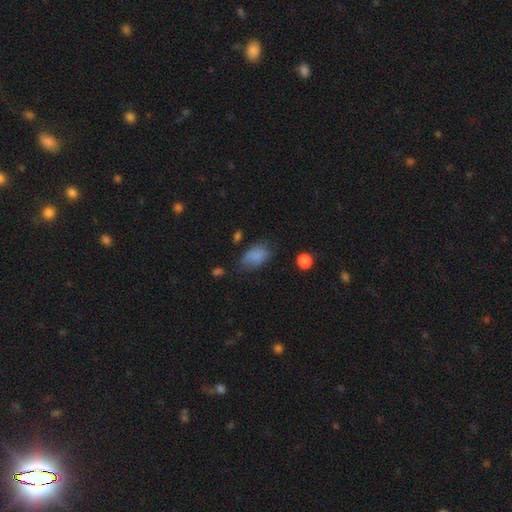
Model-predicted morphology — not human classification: Smooth or featured: smooth — 84% (star or artifact — 9%)
How rounded: in between — 90% (round — 9%)
Merging: none — 63% (minor disturbance — 27%)